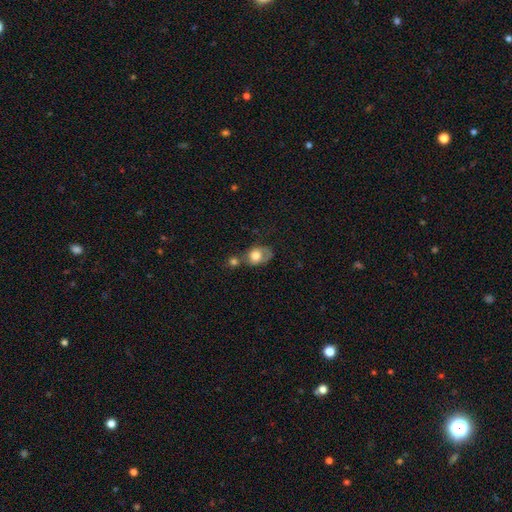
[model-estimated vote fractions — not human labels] Q: Smooth or featured?
A: smooth (72%); runner-up: featured or disk (20%)
Q: How rounded?
A: in between (53%); runner-up: round (46%)
Q: Merging?
A: merger (38%); runner-up: none (28%)